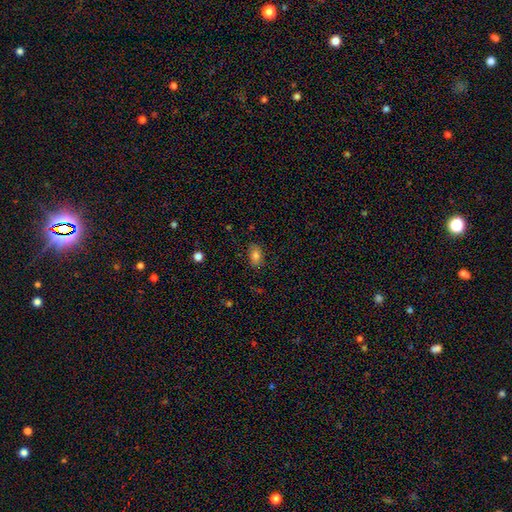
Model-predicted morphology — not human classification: A smooth galaxy with no disk features (80%) that is in between round and cigar-shaped (84%).

Vote fractions:
- Smooth or featured? smooth: 80% / featured or disk: 11% / star or artifact: 10%
- How rounded? in between: 84% / round: 14% / cigar-shaped: 2%
- Merging? none: 81% / minor disturbance: 14% / major disturbance: 3% / merger: 1%